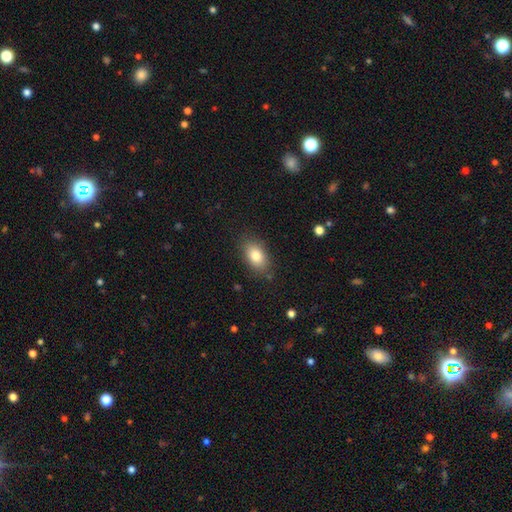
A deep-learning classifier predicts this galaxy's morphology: Smooth or featured? smooth (82%)
How rounded? in between (88%)
Merging? none (84%)